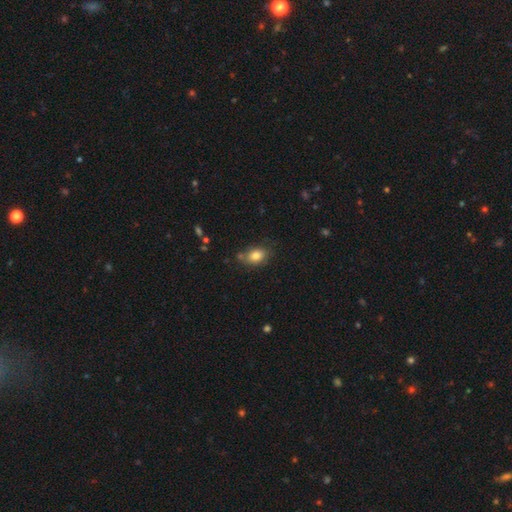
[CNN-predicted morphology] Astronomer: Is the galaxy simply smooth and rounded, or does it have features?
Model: smooth — 82%.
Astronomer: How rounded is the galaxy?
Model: in between — 73%.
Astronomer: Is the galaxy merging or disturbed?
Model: none — 71%.